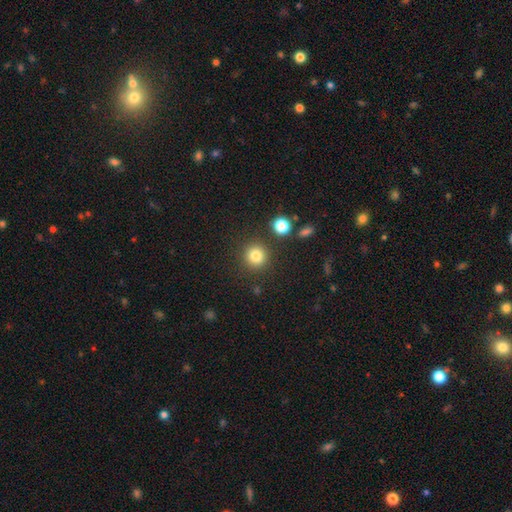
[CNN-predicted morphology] type=smooth (82%); roundness=round (92%); merging=none (85%).